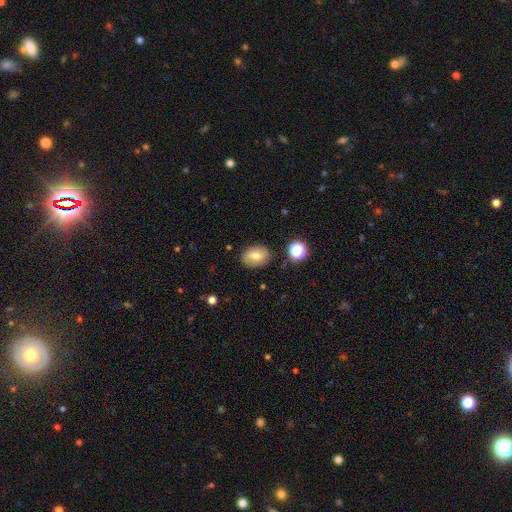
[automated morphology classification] smooth_or_featured: smooth (p=0.74) [alt: featured or disk p=0.16]
how_rounded: in between (p=0.74) [alt: round p=0.25]
merging: none (p=0.82) [alt: minor disturbance p=0.13]